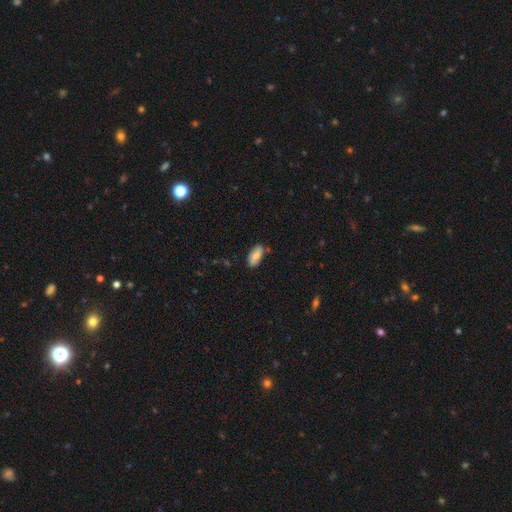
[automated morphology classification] smooth-or-featured: smooth: 72% | featured or disk: 21% | star or artifact: 7%
  how-rounded: in between: 89% | cigar-shaped: 8% | round: 3%
  merging: none: 81% | minor disturbance: 14% | major disturbance: 2% | merger: 2%